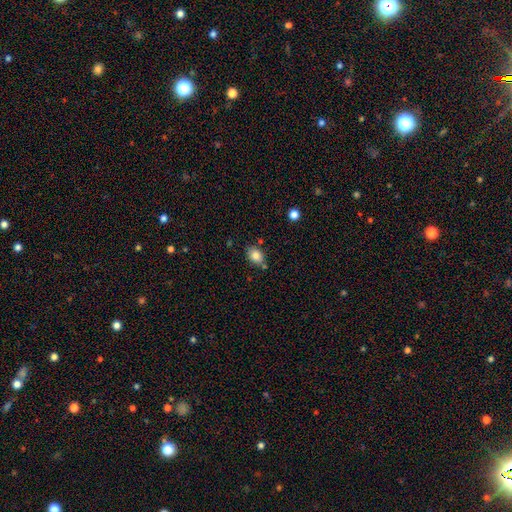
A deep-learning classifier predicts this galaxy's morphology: A smooth galaxy with no disk features (82%) that is in between round and cigar-shaped (71%).

Vote fractions:
- Smooth or featured? smooth: 82% / star or artifact: 9% / featured or disk: 8%
- How rounded? in between: 71% / round: 28% / cigar-shaped: 1%
- Merging? none: 73% / minor disturbance: 16% / merger: 7% / major disturbance: 3%